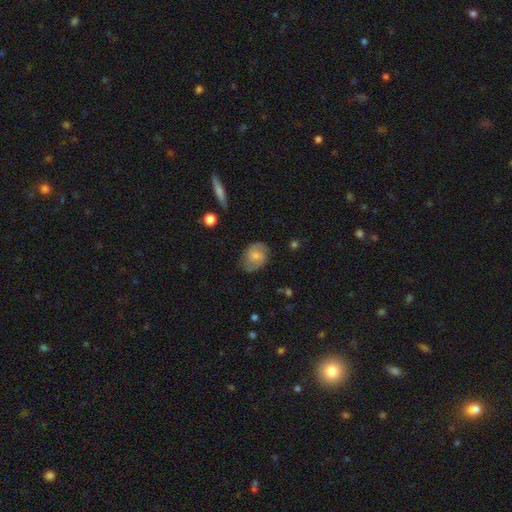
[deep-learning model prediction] This is possibly a smooth galaxy (50%). Merging: likely none (73%).